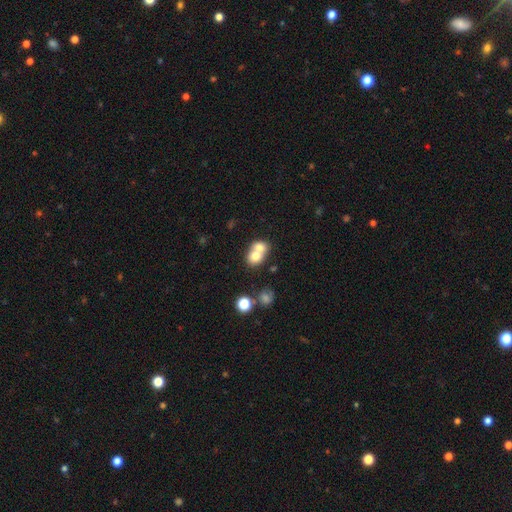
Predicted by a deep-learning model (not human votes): Smooth or featured?
  - smooth: 70% *
  - featured or disk: 20%
  - star or artifact: 10%
How rounded?
  - round: 61% *
  - in between: 38%
  - cigar-shaped: 1%
Merging?
  - merger: 70% *
  - none: 22%
  - minor disturbance: 5%
  - major disturbance: 3%